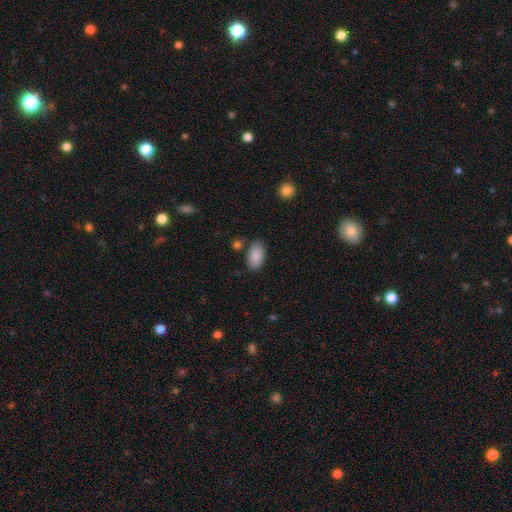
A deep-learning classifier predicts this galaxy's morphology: smooth 89%, star or artifact 6%, featured or disk 5%. Down the decision tree: how rounded — in between (94%); merging — none (76%).